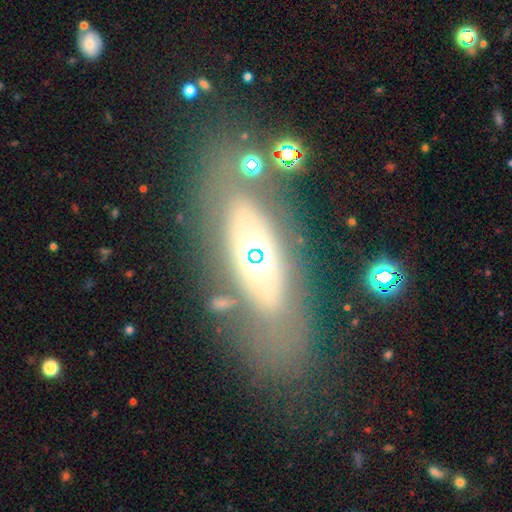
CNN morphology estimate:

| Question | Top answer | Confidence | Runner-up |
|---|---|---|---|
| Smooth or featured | featured or disk | 58% | smooth (29%) |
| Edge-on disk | no | 73% | yes (27%) |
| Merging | none | 72% | minor disturbance (14%) |